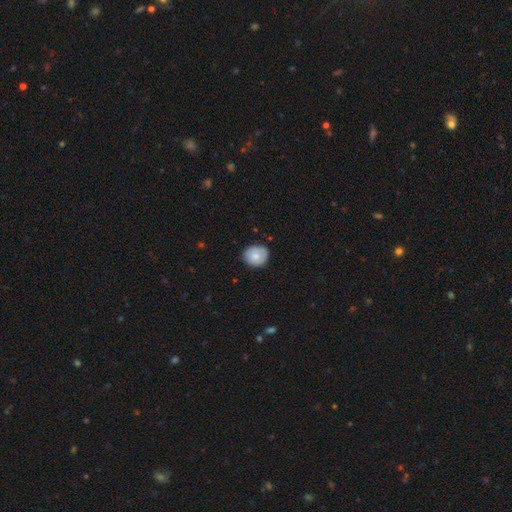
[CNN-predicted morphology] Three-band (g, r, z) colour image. It shows a smooth galaxy with no disk features (75%) that is round (75%). Merging: none (80%).